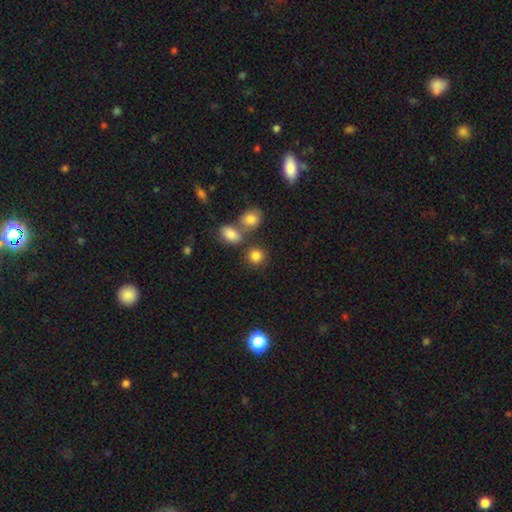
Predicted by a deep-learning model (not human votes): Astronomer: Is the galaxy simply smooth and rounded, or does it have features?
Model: smooth — 83%.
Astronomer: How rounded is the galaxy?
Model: round — 80%.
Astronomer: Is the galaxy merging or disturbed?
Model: none — 69%.